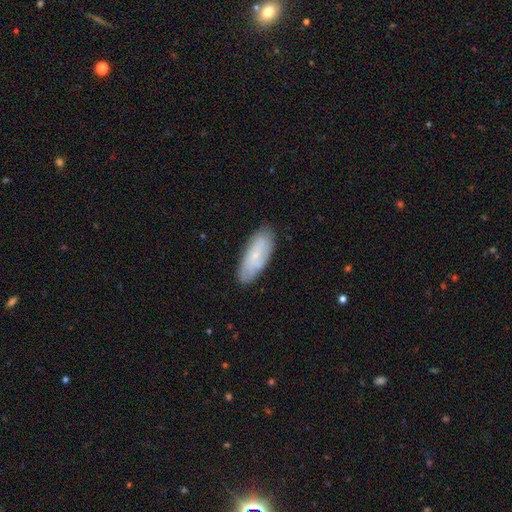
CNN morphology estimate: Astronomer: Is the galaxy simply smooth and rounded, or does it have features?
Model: smooth — 55% (runner-up: featured or disk, 38%).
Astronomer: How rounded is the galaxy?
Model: in between — 75%.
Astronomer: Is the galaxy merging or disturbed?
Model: none — 82%.